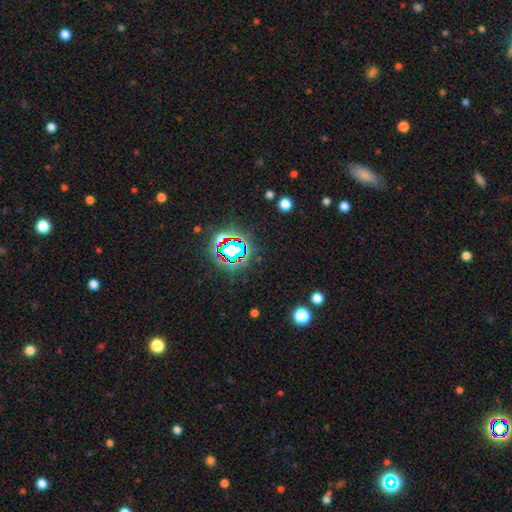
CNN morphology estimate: Smooth or featured: star or artifact — 81% (smooth — 12%)